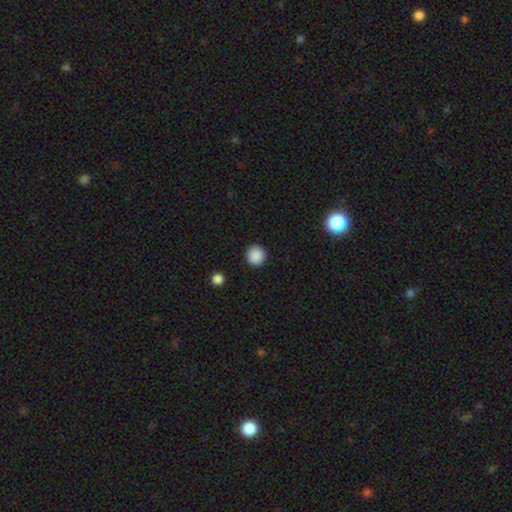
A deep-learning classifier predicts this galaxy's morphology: This is clearly a smooth galaxy (89%). How rounded: clearly round (94%). Merging: clearly none (92%).